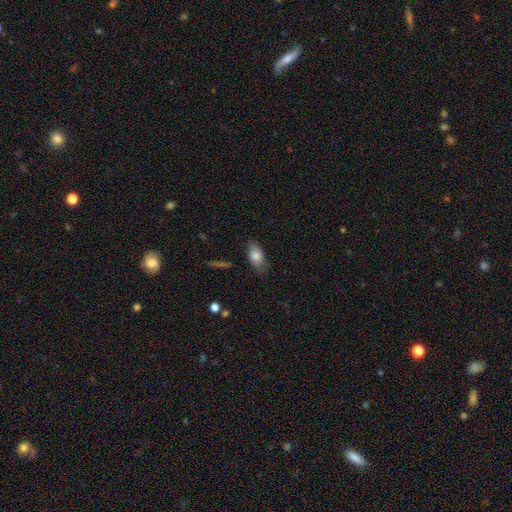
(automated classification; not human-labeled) A smooth galaxy with no disk features (78%) that is in between round and cigar-shaped (89%). Merging: none (73%).